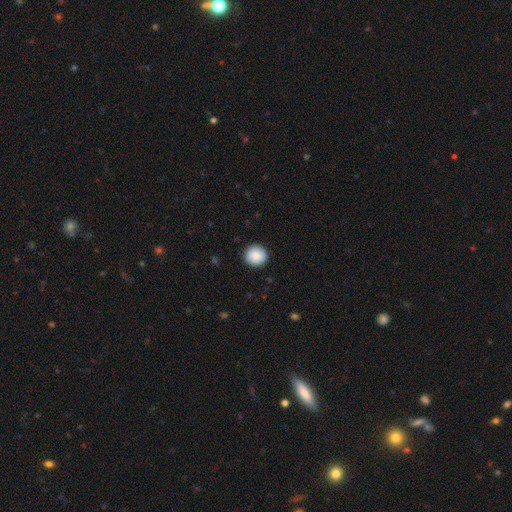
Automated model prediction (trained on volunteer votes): Smooth or featured? smooth (88%)
How rounded? round (93%)
Merging? none (92%)